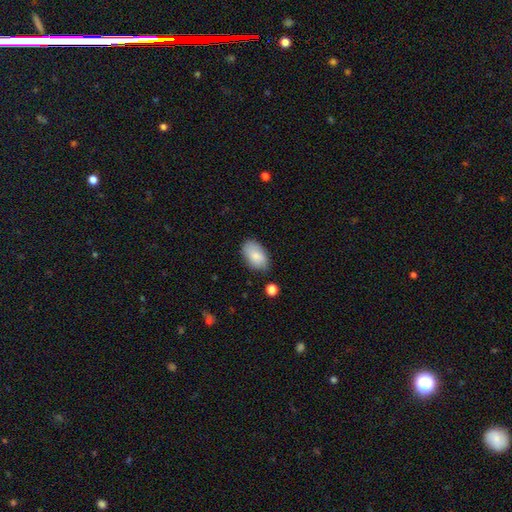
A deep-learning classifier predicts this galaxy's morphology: Smooth or featured? Predicted: smooth (p=0.83). How rounded? Predicted: in between (p=0.92). Merging? Predicted: none (p=0.76).